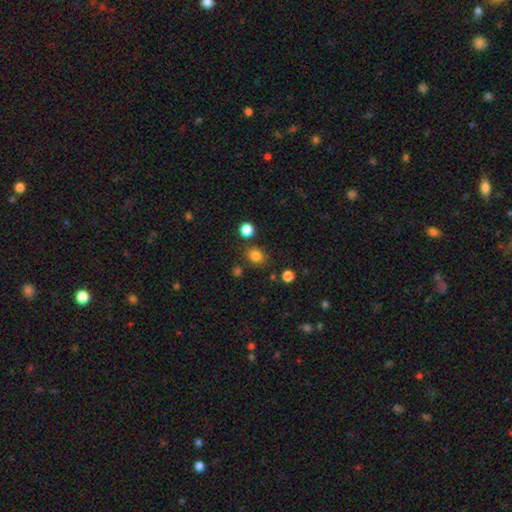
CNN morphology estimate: Q: Smooth or featured?
A: smooth (81%); runner-up: star or artifact (14%)
Q: How rounded?
A: round (62%); runner-up: in between (37%)
Q: Merging?
A: none (80%); runner-up: minor disturbance (11%)